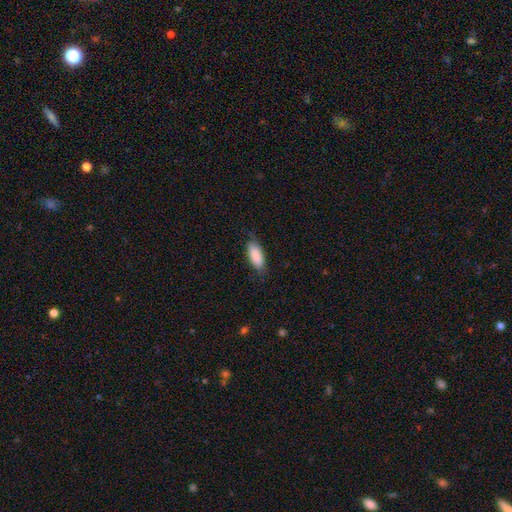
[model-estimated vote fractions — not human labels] smooth 87%, featured or disk 7%, star or artifact 6%. Down the decision tree: how rounded — in between (82%); merging — none (78%).